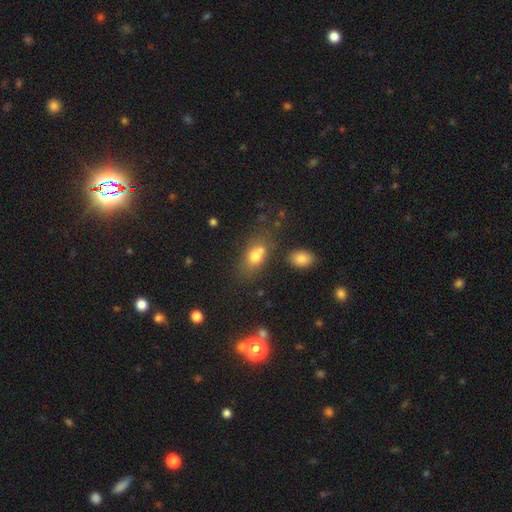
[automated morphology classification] A smooth galaxy with no disk features (71%) that is in between round and cigar-shaped (69%). Merging: none (47%).